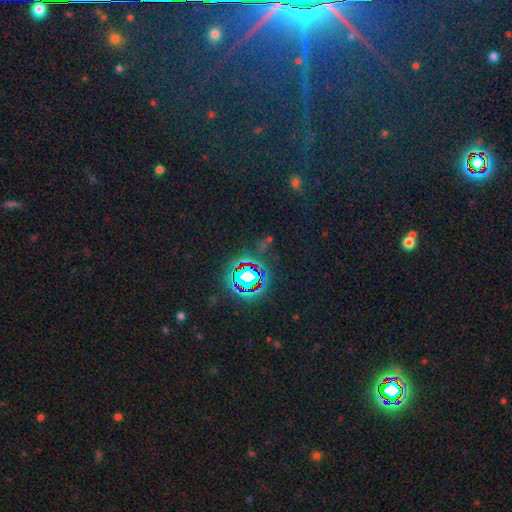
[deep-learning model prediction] A star or artifact, not a galaxy (82%).

Vote fractions:
- Smooth or featured? star or artifact: 82% / smooth: 10% / featured or disk: 8%